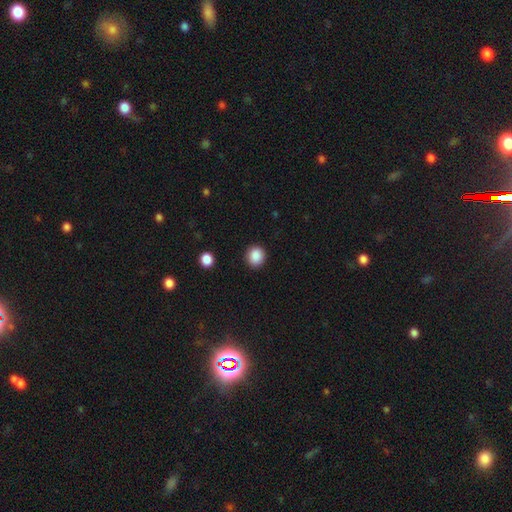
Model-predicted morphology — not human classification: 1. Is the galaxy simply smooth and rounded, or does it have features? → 88% smooth, 9% star or artifact, 3% featured or disk.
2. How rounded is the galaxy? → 83% round, 16% in between, 1% cigar-shaped.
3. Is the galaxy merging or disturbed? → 90% none, 6% minor disturbance, 2% major disturbance, 1% merger.